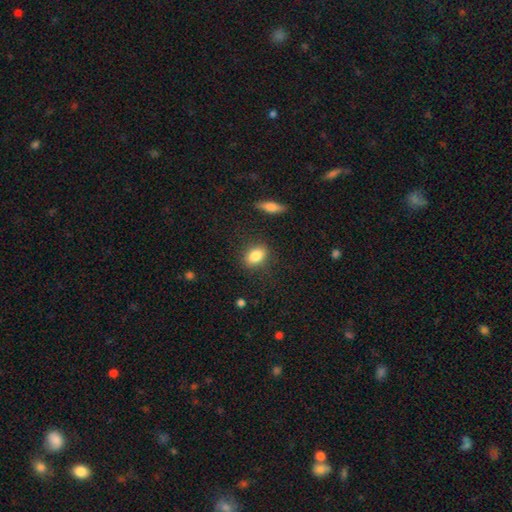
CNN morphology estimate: Smooth or featured? smooth (84%)
How rounded? in between (77%)
Merging? none (84%)